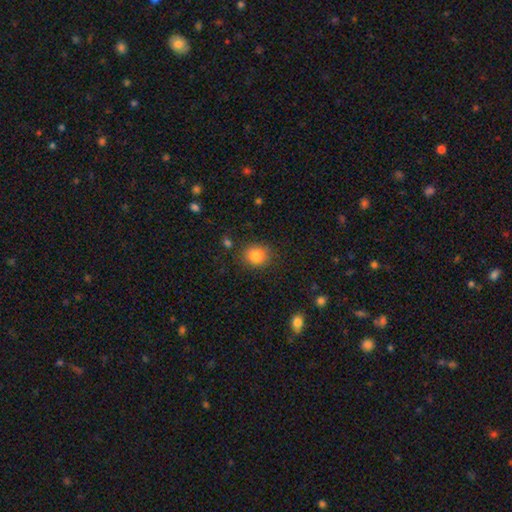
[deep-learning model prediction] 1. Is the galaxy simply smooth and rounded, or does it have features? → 83% smooth, 10% star or artifact, 6% featured or disk.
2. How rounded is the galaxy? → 77% round, 22% in between, 1% cigar-shaped.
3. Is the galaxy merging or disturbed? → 85% none, 10% minor disturbance, 3% major disturbance, 2% merger.